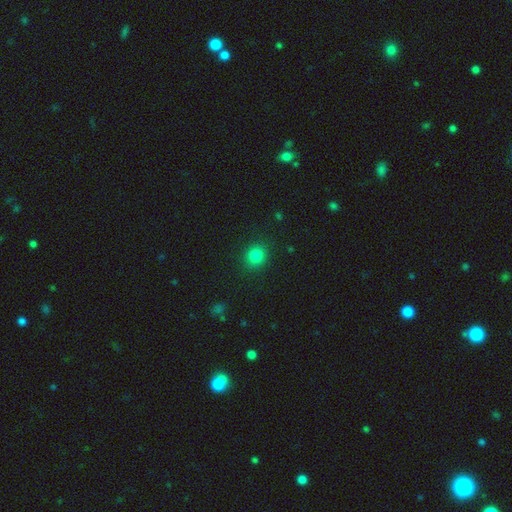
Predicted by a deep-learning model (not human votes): smooth_or_featured: smooth (p=0.83) [alt: star or artifact p=0.12]
how_rounded: round (p=0.85) [alt: in between p=0.14]
merging: none (p=0.89) [alt: minor disturbance p=0.07]